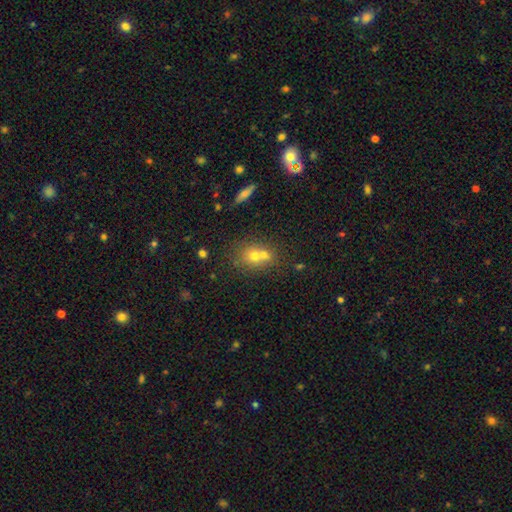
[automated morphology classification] smooth-or-featured: smooth: 62% | featured or disk: 21% | star or artifact: 17%
  how-rounded: round: 61% | in between: 38% | cigar-shaped: 2%
  merging: merger: 50% | none: 38% | minor disturbance: 8% | major disturbance: 4%